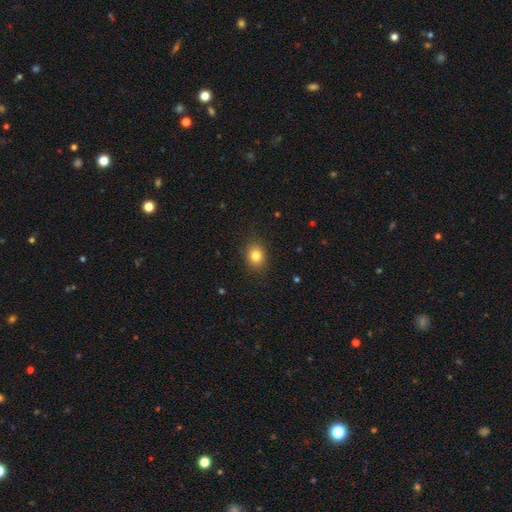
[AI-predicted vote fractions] smooth 82%, star or artifact 11%, featured or disk 7%. Down the decision tree: how rounded — round (52%); merging — none (86%).